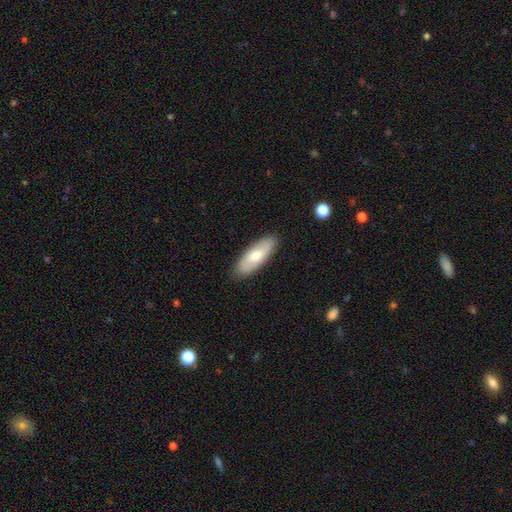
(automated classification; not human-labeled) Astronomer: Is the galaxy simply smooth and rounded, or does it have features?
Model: smooth — 60%.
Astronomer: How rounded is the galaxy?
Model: in between — 68%.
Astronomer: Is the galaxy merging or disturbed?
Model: none — 88%.